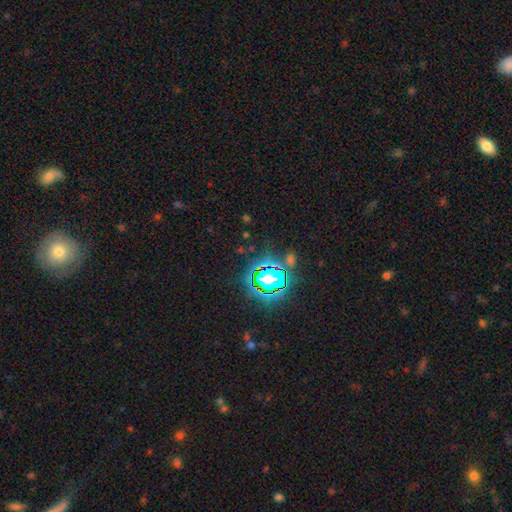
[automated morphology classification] smooth_or_featured: star or artifact (p=0.80) [alt: smooth p=0.12]